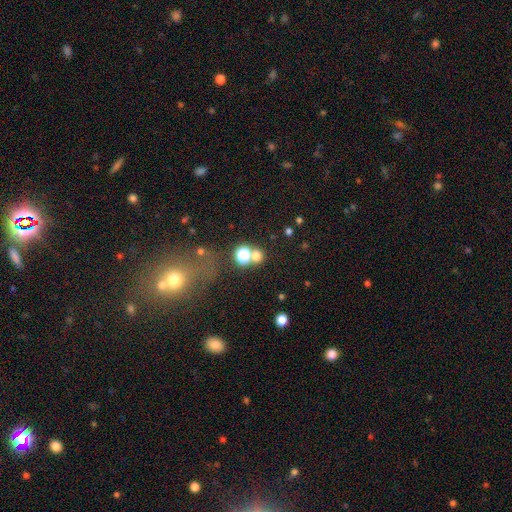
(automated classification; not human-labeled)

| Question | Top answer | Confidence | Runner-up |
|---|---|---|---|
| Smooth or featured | smooth | 63% | star or artifact (28%) |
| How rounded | round | 84% | in between (15%) |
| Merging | none | 63% | merger (25%) |